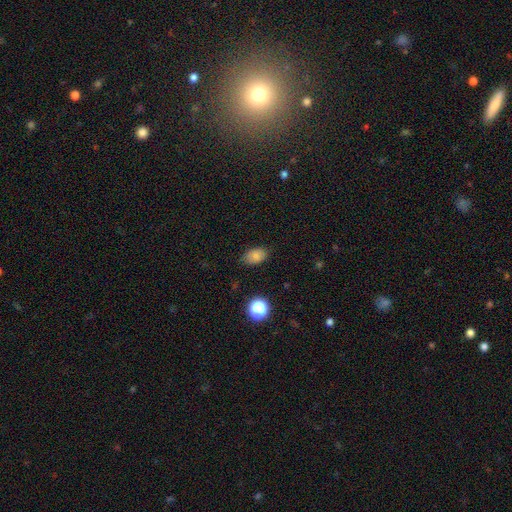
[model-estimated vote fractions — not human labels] smooth 79%, star or artifact 12%, featured or disk 9%. Down the decision tree: how rounded — in between (84%); merging — none (79%).